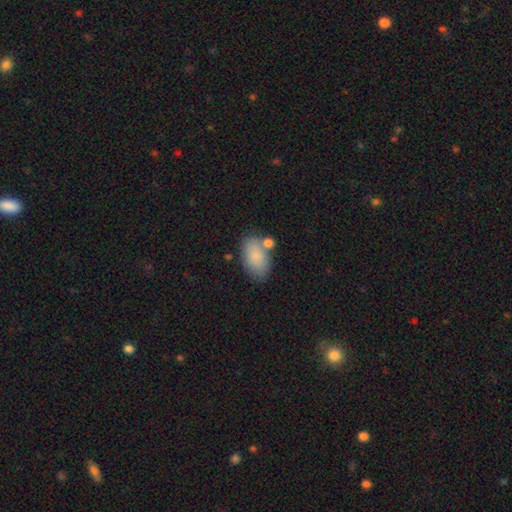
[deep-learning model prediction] Smooth or featured?
  - smooth: 84% *
  - featured or disk: 9%
  - star or artifact: 7%
How rounded?
  - in between: 92% *
  - round: 6%
  - cigar-shaped: 2%
Merging?
  - none: 61% *
  - minor disturbance: 18%
  - merger: 16%
  - major disturbance: 6%